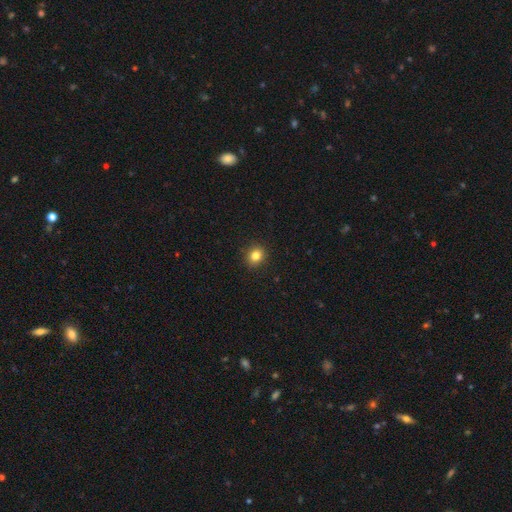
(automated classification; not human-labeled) smooth 83%, star or artifact 12%, featured or disk 6%. Down the decision tree: how rounded — round (74%); merging — none (90%).